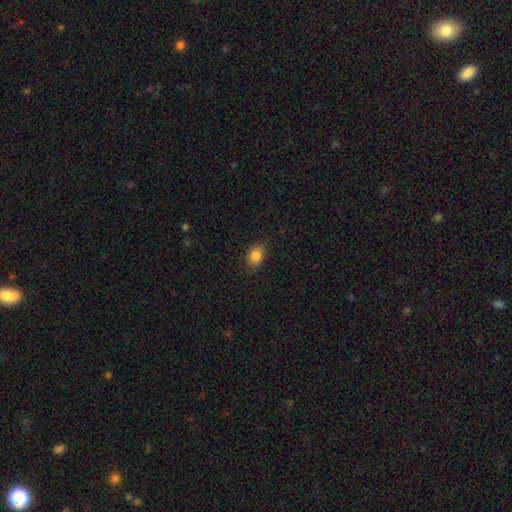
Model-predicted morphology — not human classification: Smooth or featured? smooth (85%)
How rounded? in between (69%)
Merging? none (85%)